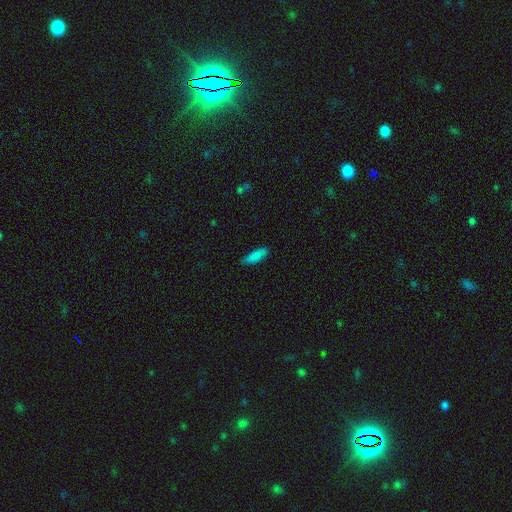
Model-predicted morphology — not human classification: smooth 87%, star or artifact 7%, featured or disk 6%. Down the decision tree: how rounded — in between (52%); merging — none (84%).